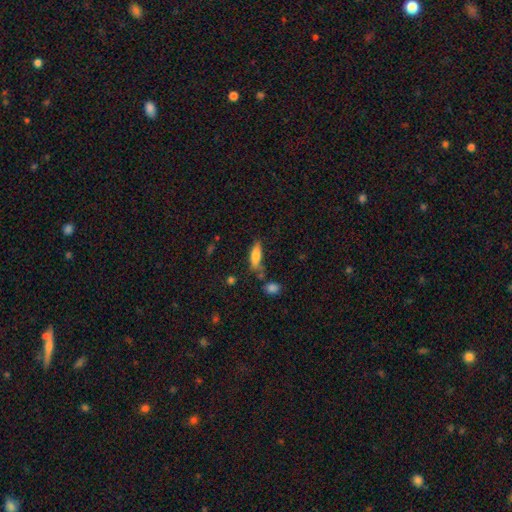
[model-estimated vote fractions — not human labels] smooth 75%, featured or disk 17%, star or artifact 7%. Down the decision tree: how rounded — in between (51%); merging — none (65%).